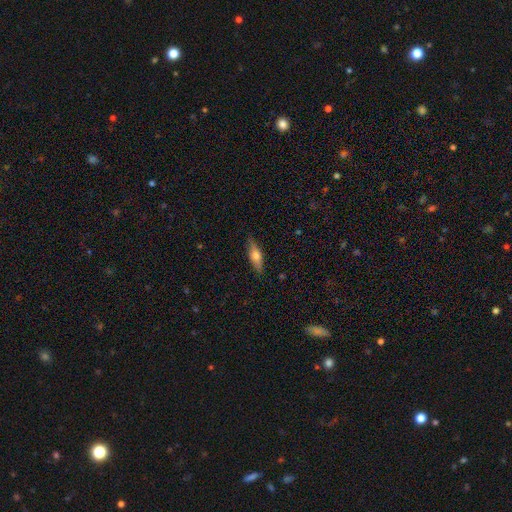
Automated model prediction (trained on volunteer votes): A smooth galaxy with no disk features (49%). Merging: none (85%).